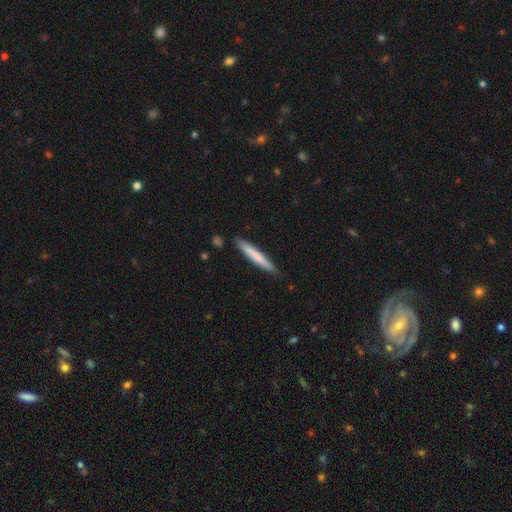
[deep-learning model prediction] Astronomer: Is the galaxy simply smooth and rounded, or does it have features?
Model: smooth — 73%.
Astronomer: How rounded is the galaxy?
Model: cigar-shaped — 96%.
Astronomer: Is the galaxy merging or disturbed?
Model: none — 88%.